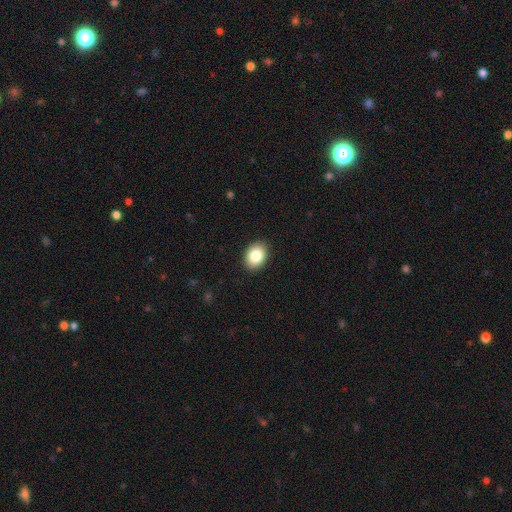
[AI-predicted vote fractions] Overall: smooth (85%). How rounded: in between (69%; round 30%). Merging: none (90%).